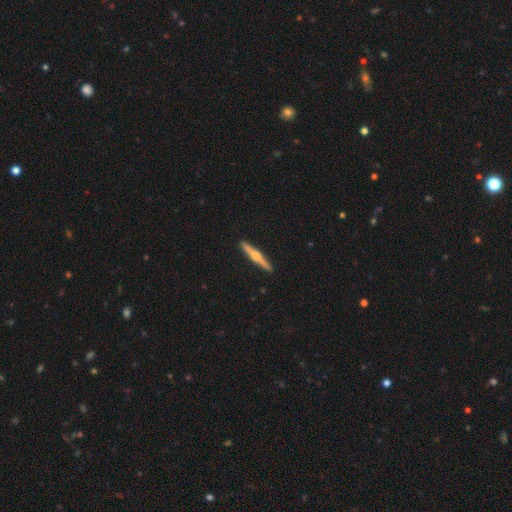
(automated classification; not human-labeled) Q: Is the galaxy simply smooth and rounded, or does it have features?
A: featured or disk — 69%.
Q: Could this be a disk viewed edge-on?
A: yes — 98%.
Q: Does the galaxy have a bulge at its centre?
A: rounded — 92%.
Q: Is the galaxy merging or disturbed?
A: none — 92%.